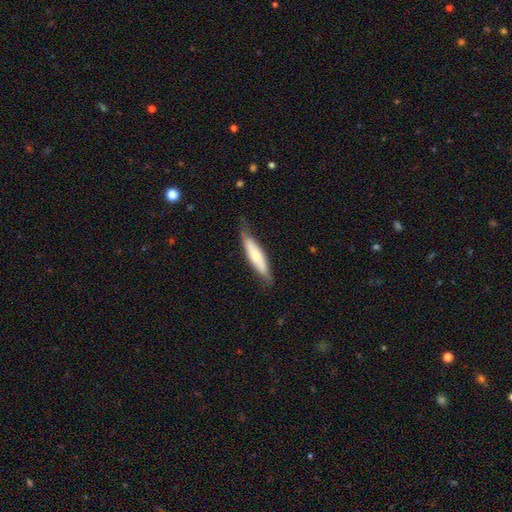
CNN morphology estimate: type=smooth (60%); roundness=cigar-shaped (69%); merging=none (72%).